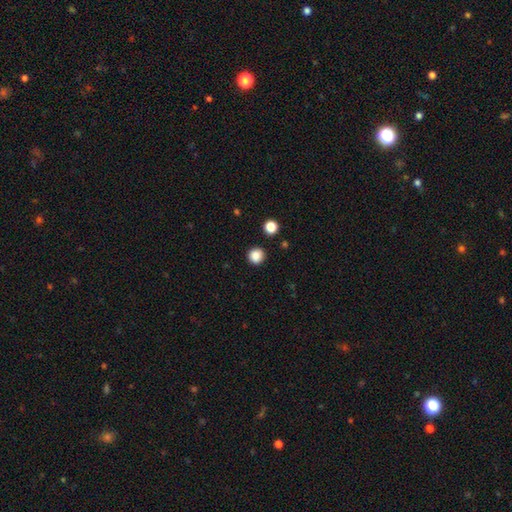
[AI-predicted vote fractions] Overall: smooth (87%). How rounded: round (94%). Merging: none (91%).